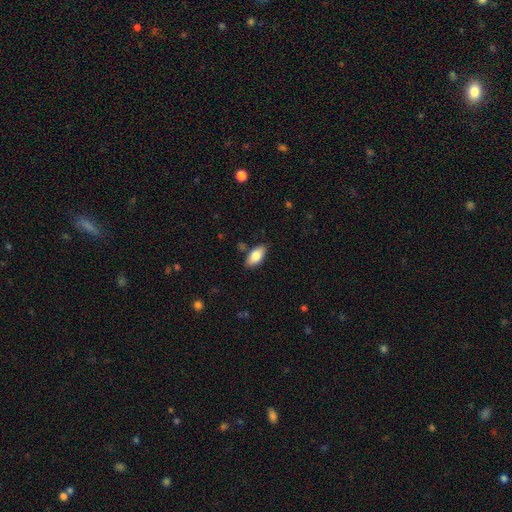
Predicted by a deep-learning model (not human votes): Q: Smooth or featured?
A: smooth (81%); runner-up: featured or disk (12%)
Q: How rounded?
A: in between (91%); runner-up: cigar-shaped (7%)
Q: Merging?
A: none (83%); runner-up: minor disturbance (12%)